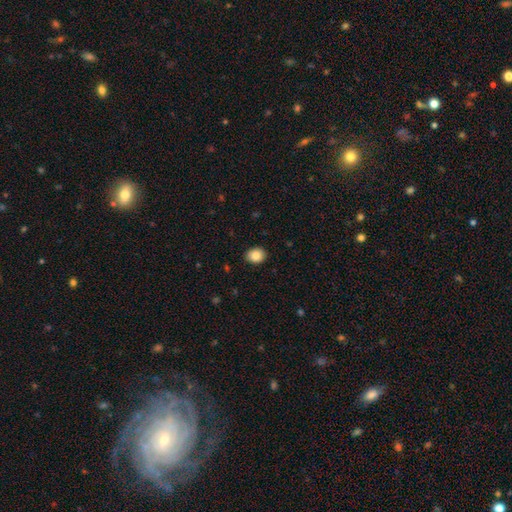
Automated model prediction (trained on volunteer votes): Smooth or featured?
  - smooth: 87% *
  - star or artifact: 8%
  - featured or disk: 5%
How rounded?
  - in between: 50% *
  - round: 49%
  - cigar-shaped: 1%
Merging?
  - none: 90% *
  - minor disturbance: 8%
  - major disturbance: 2%
  - merger: 1%